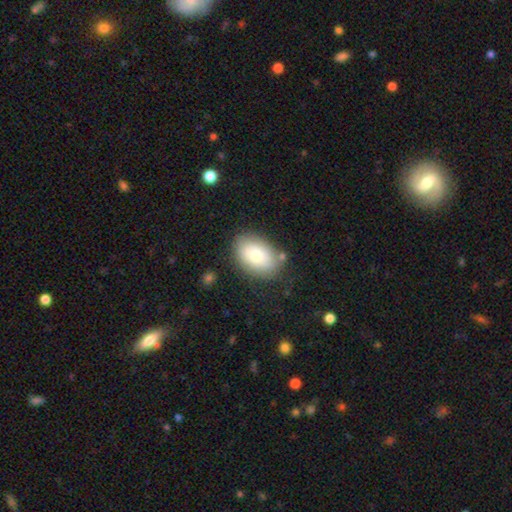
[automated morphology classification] type=smooth (76%); roundness=in between (85%); merging=none (76%).